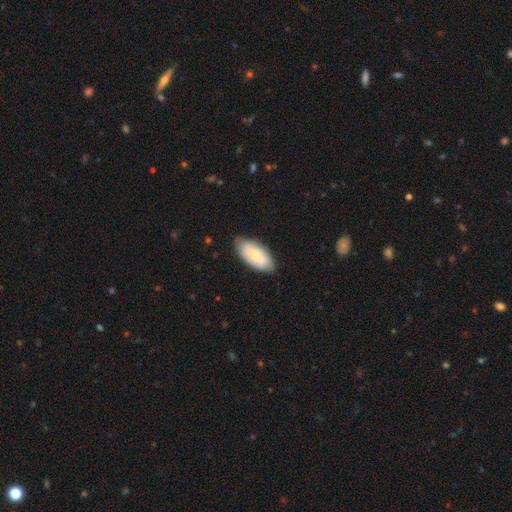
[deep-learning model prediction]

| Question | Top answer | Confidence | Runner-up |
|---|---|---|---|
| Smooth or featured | smooth | 66% | featured or disk (29%) |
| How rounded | in between | 92% | cigar-shaped (6%) |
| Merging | none | 78% | minor disturbance (18%) |